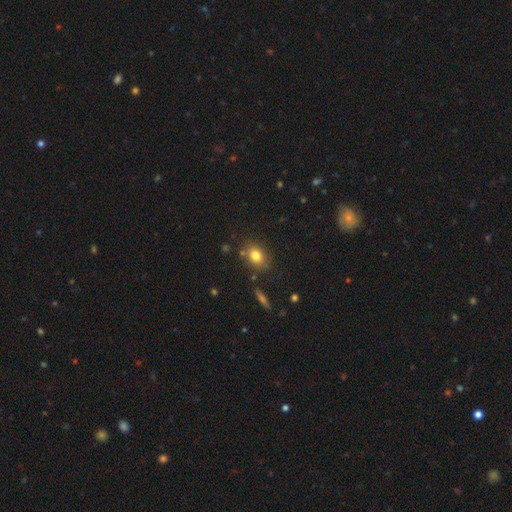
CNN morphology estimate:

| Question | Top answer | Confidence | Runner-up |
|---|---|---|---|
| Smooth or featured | smooth | 79% | star or artifact (11%) |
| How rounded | in between | 60% | round (38%) |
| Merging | none | 78% | minor disturbance (13%) |